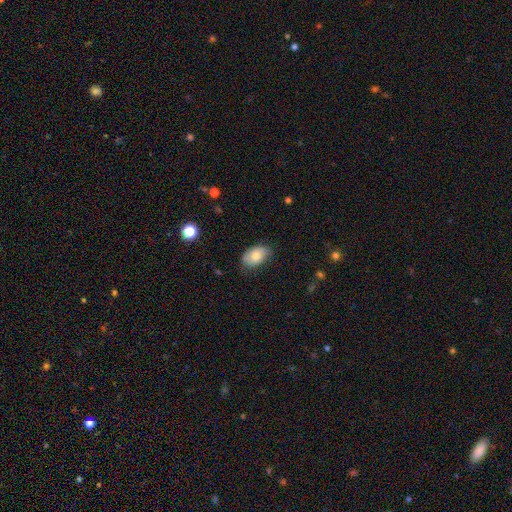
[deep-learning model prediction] smooth-or-featured: smooth: 77% | featured or disk: 16% | star or artifact: 7%
  how-rounded: in between: 91% | round: 8% | cigar-shaped: 1%
  merging: none: 76% | minor disturbance: 19% | major disturbance: 4% | merger: 1%